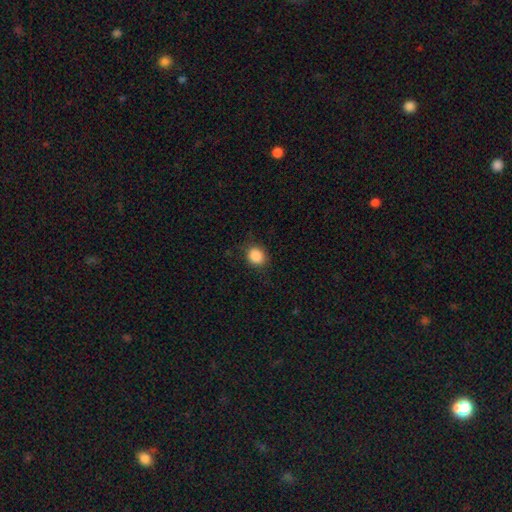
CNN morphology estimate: The model was most divided on "how rounded": round: 69%, in between: 30%, cigar-shaped: 1%. More confident: smooth or featured — smooth (88%); merging — none (83%).